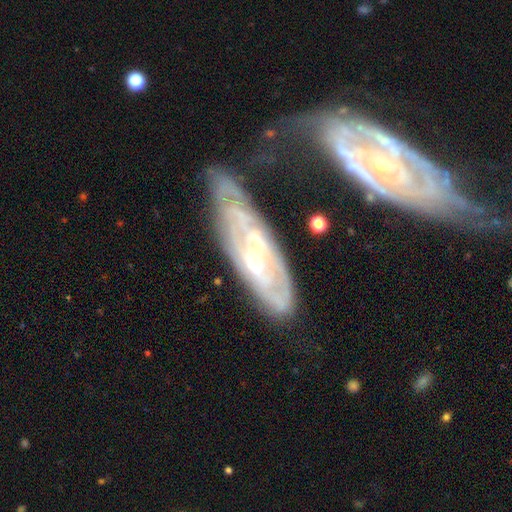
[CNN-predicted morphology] smooth_or_featured: featured or disk (p=0.79) [alt: smooth p=0.15]
disk_edge_on: no (p=0.80) [alt: yes p=0.20]
bar: no (p=0.53) [alt: weak p=0.32]
has_spiral_arms: yes (p=0.80) [alt: no p=0.20]
spiral_winding: tight (p=0.65) [alt: medium p=0.27]
spiral_arm_count: can't tell (p=0.59) [alt: 2 p=0.23]
bulge_size: small (p=0.68) [alt: moderate p=0.26]
merging: none (p=0.46) [alt: minor disturbance p=0.26]